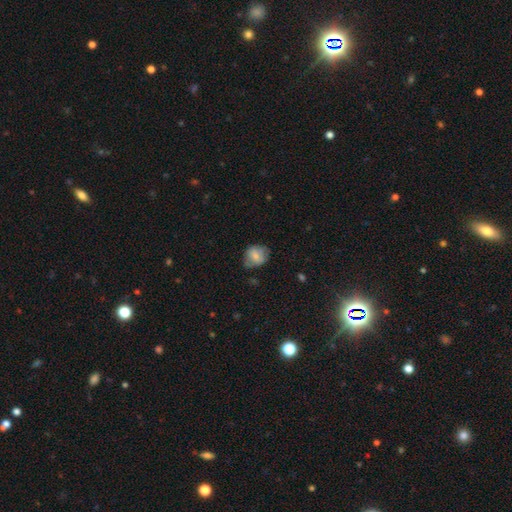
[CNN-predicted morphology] Smooth or featured: smooth — 70% (featured or disk — 22%)
How rounded: round — 57% (in between — 42%)
Merging: none — 59% (minor disturbance — 30%)